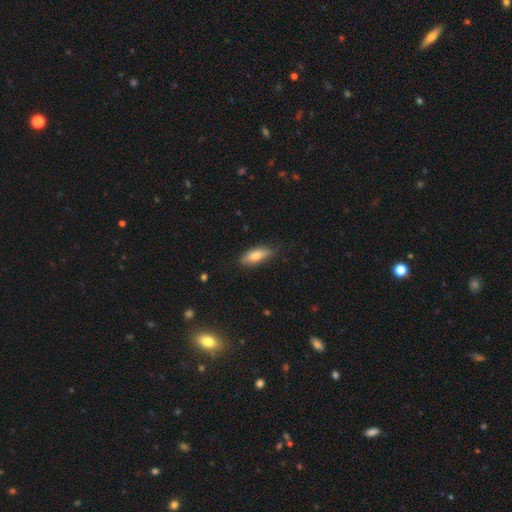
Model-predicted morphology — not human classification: A smooth galaxy with no disk features (73%) that is in between round and cigar-shaped (70%). Merging: none (76%).